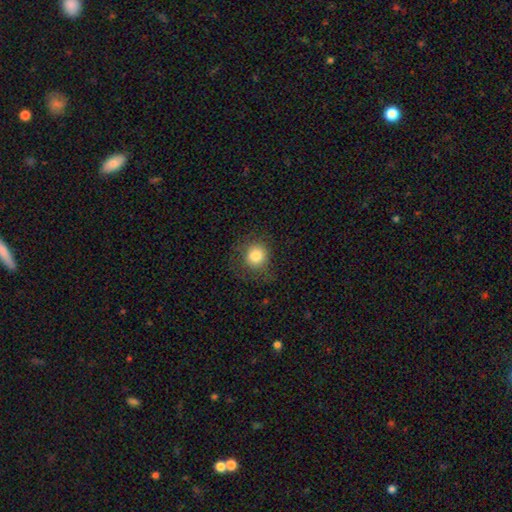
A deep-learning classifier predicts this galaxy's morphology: smooth_or_featured: smooth (p=0.81) [alt: star or artifact p=0.11]
how_rounded: round (p=0.89) [alt: in between p=0.10]
merging: none (p=0.79) [alt: minor disturbance p=0.13]